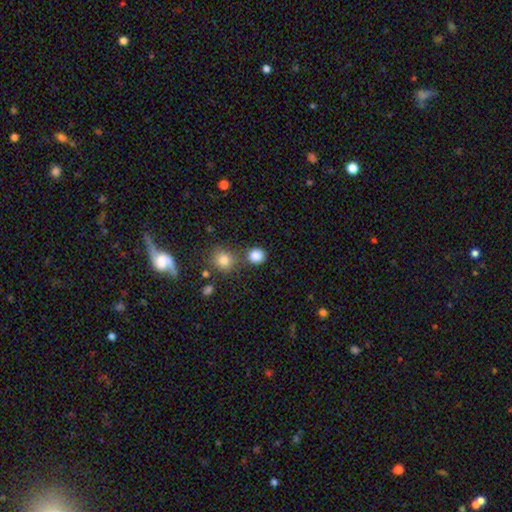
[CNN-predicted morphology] smooth 85%, star or artifact 11%, featured or disk 4%. Down the decision tree: how rounded — round (79%); merging — none (71%).